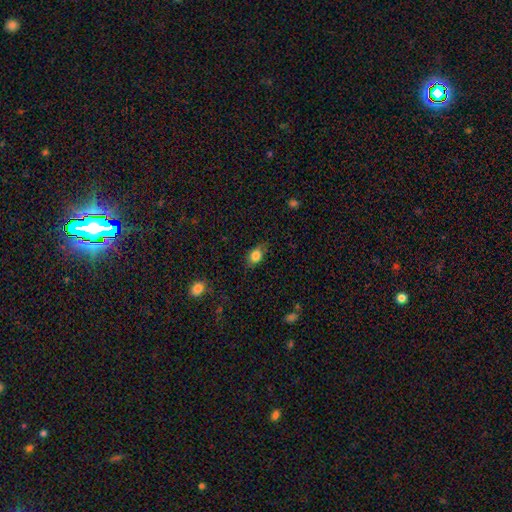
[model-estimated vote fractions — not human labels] Q: Smooth or featured?
A: smooth (82%); runner-up: star or artifact (9%)
Q: How rounded?
A: in between (73%); runner-up: round (24%)
Q: Merging?
A: none (76%); runner-up: minor disturbance (19%)